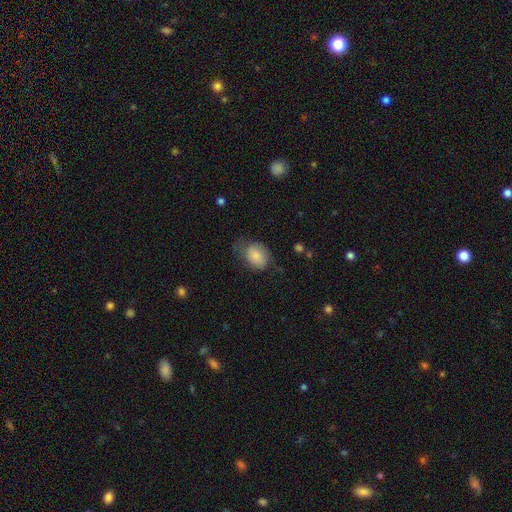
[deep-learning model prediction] smooth_or_featured: smooth (p=0.79) [alt: featured or disk p=0.14]
how_rounded: in between (p=0.73) [alt: round p=0.26]
merging: none (p=0.49) [alt: minor disturbance p=0.32]